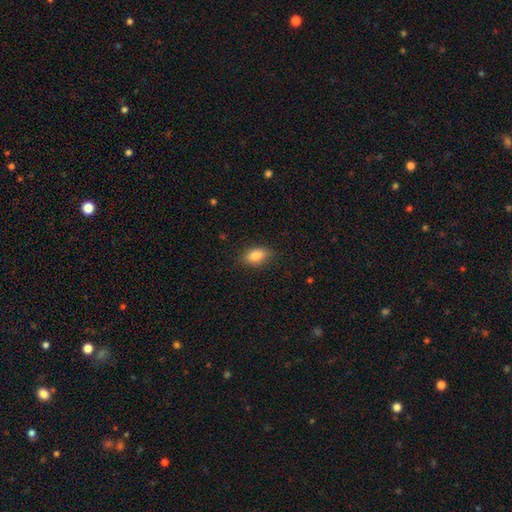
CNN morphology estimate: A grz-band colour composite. It shows a smooth galaxy with no disk features (86%) that is in between round and cigar-shaped (89%). Merging: none (82%).